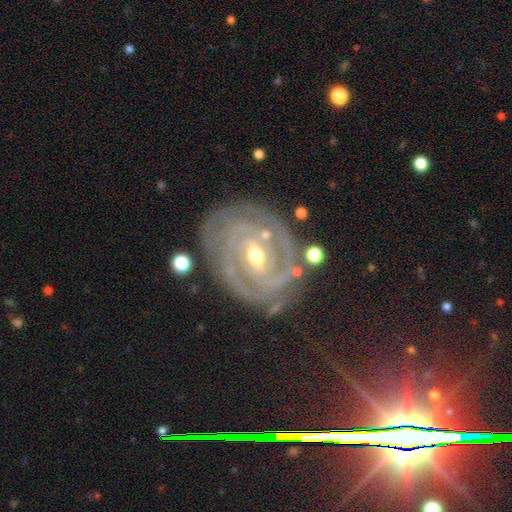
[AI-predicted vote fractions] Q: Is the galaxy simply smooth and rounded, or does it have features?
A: featured or disk — 90%.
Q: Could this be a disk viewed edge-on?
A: no — 96%.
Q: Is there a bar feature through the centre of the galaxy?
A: weak — 47%.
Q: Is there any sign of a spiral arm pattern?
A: yes — 97%.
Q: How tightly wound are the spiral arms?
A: tight — 80%.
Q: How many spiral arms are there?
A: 2 — 34%.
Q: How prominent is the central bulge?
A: moderate — 56%.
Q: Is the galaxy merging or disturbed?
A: none — 76%.